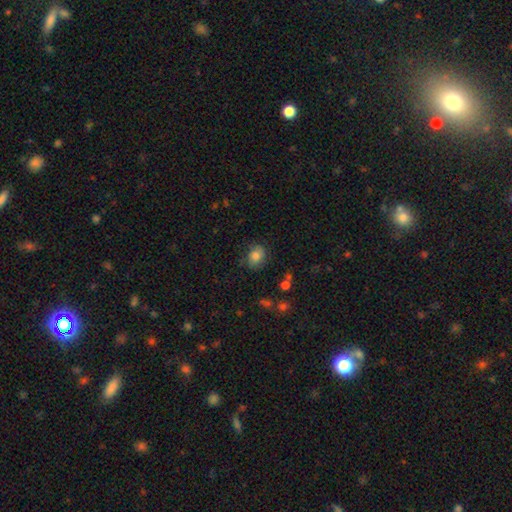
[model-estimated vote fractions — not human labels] Smooth or featured?
  - smooth: 80% *
  - featured or disk: 10%
  - star or artifact: 10%
How rounded?
  - in between: 52% *
  - round: 47%
  - cigar-shaped: 1%
Merging?
  - none: 73% *
  - minor disturbance: 19%
  - major disturbance: 6%
  - merger: 2%